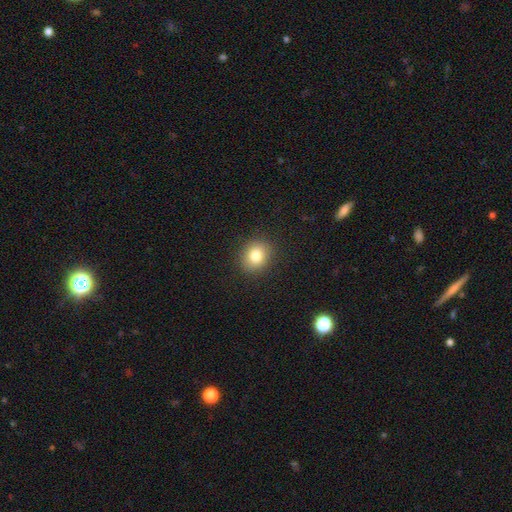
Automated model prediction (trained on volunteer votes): smooth 81%, star or artifact 11%, featured or disk 9%. Down the decision tree: how rounded — round (67%); merging — none (90%).